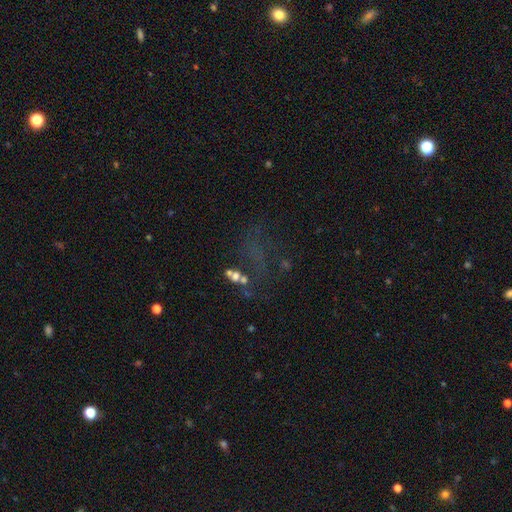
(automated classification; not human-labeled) Morphology: type=star or artifact (42%).